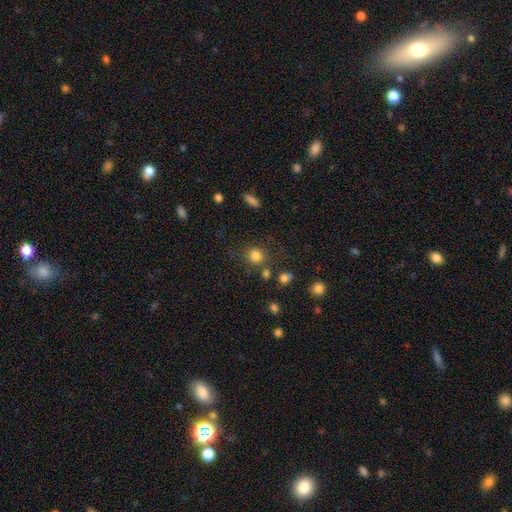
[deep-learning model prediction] A smooth galaxy with no disk features (82%) that is round (87%).

Vote fractions:
- Smooth or featured? smooth: 82% / star or artifact: 12% / featured or disk: 6%
- How rounded? round: 87% / in between: 12% / cigar-shaped: 1%
- Merging? none: 76% / minor disturbance: 10% / merger: 9% / major disturbance: 5%